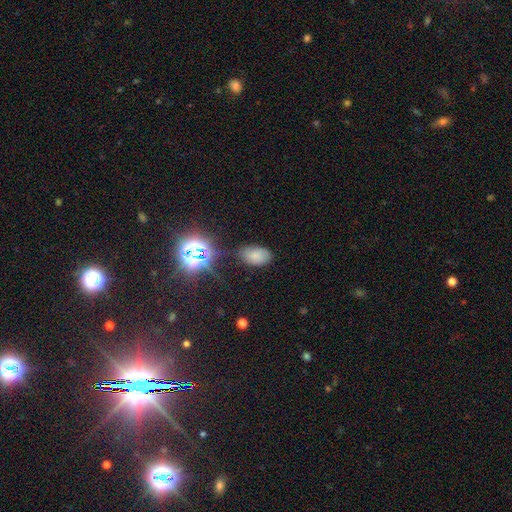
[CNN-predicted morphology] This is likely a smooth galaxy (70%). How rounded: clearly in between (92%). Merging: likely none (70%).